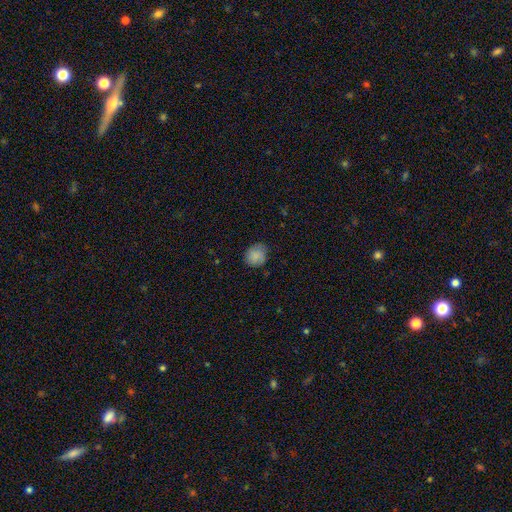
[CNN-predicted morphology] type=smooth (82%); roundness=round (79%); merging=none (76%).